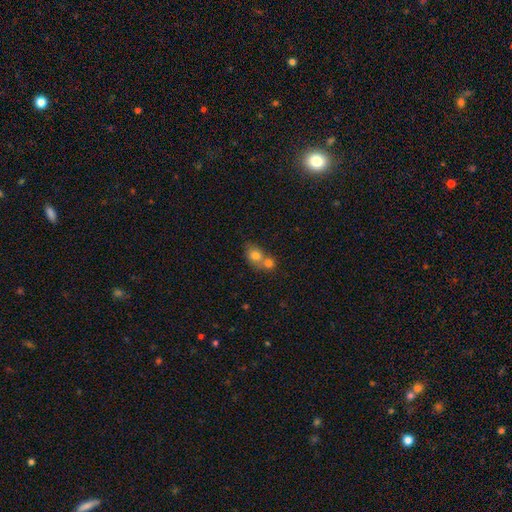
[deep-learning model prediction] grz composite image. It shows a smooth galaxy with no disk features (77%) that is round (52%). Merging: merger (58%).